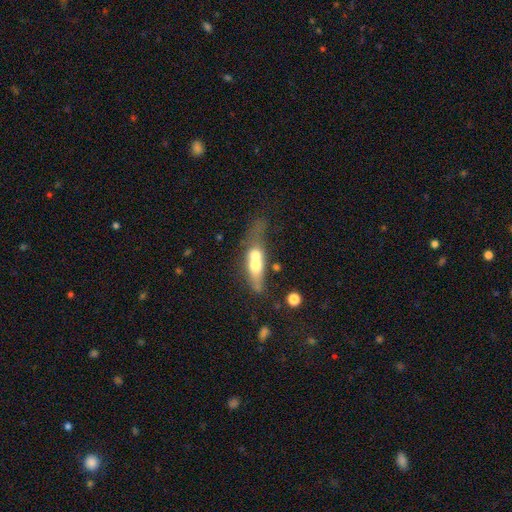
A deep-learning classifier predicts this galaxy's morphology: A smooth galaxy with no disk features (51%) that is in between round and cigar-shaped (50%).

Vote fractions:
- Smooth or featured? smooth: 51% / featured or disk: 41% / star or artifact: 8%
- How rounded? in between: 50% / cigar-shaped: 41% / round: 8%
- Merging? merger: 55% / none: 19% / major disturbance: 13% / minor disturbance: 12%